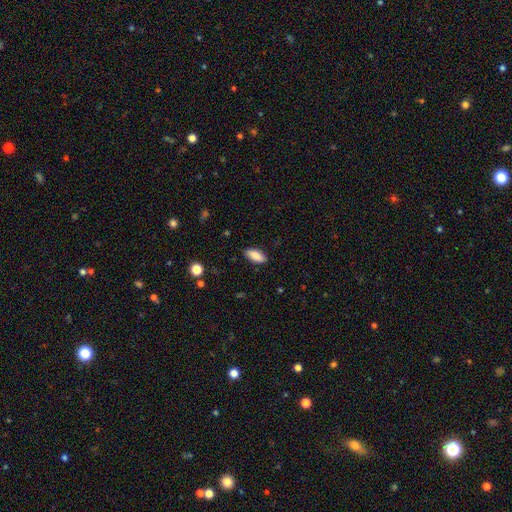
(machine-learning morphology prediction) A smooth galaxy with no disk features (85%) that is in between round and cigar-shaped (83%).

Vote fractions:
- Smooth or featured? smooth: 85% / featured or disk: 8% / star or artifact: 7%
- How rounded? in between: 83% / cigar-shaped: 15% / round: 2%
- Merging? none: 87% / minor disturbance: 10% / major disturbance: 2% / merger: 1%